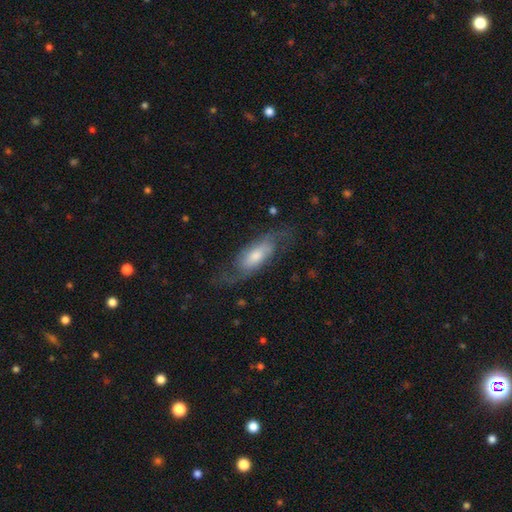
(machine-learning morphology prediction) This appears to be a featured or disk galaxy (65%) with no bar (56%), spiral arms (90%) and a moderate central bulge (50%). Merging: none (63%).